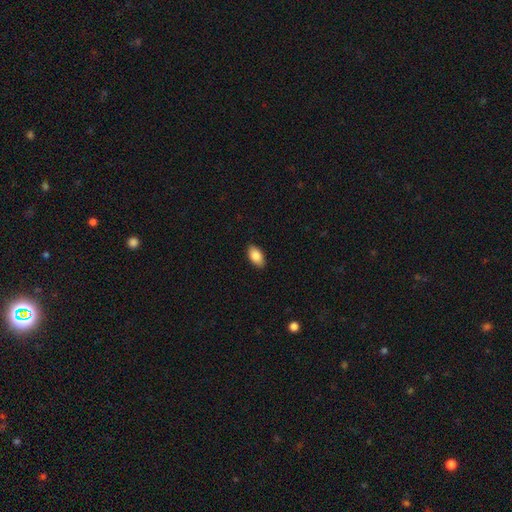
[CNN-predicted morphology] smooth-or-featured: smooth: 87% | star or artifact: 7% | featured or disk: 6%
  how-rounded: in between: 94% | round: 4% | cigar-shaped: 3%
  merging: none: 88% | minor disturbance: 9% | major disturbance: 2% | merger: 1%